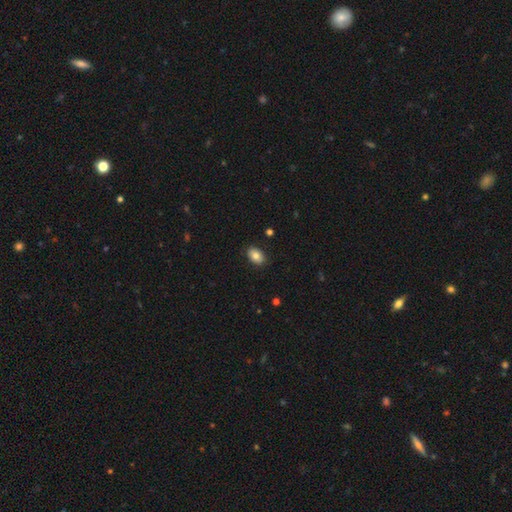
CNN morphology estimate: Smooth or featured? Predicted: smooth (p=0.82). How rounded? Predicted: in between (p=0.86). Merging? Predicted: none (p=0.87).